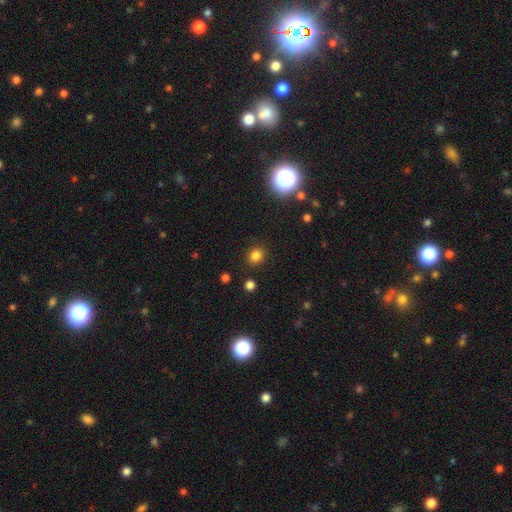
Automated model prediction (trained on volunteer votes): This appears to be a smooth galaxy with no disk features (81%) that is round (84%). Merging: none (88%).